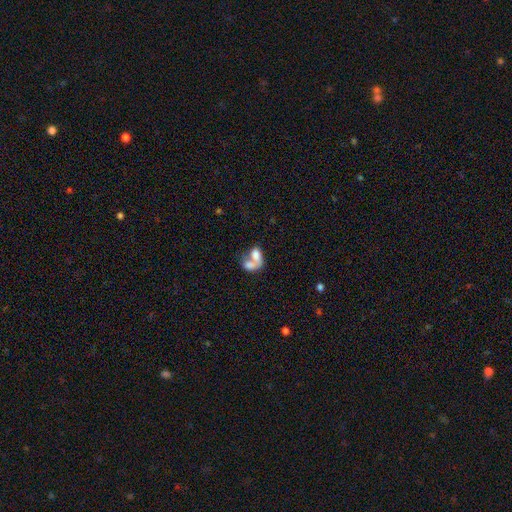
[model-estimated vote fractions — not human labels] Smooth or featured? Predicted: smooth (p=0.68). How rounded? Predicted: in between (p=0.82). Merging? Predicted: merger (p=0.75).